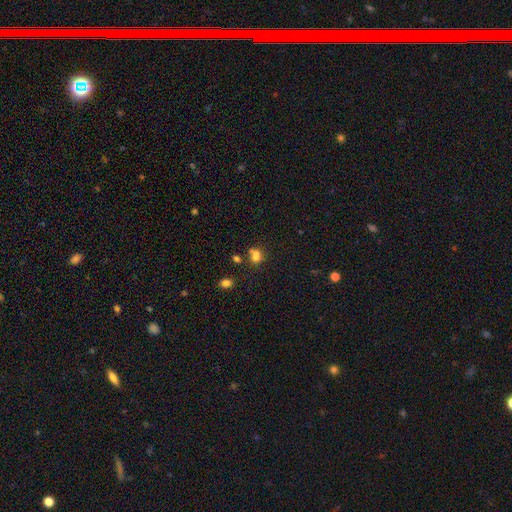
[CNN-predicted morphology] Smooth or featured? Predicted: smooth (p=0.69). How rounded? Predicted: round (p=0.65). Merging? Predicted: merger (p=0.46).